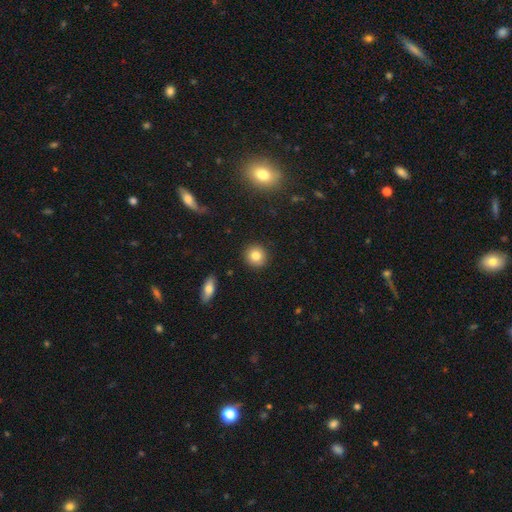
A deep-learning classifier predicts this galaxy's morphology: smooth_or_featured: smooth (p=0.82) [alt: star or artifact p=0.10]
how_rounded: round (p=0.90) [alt: in between p=0.09]
merging: none (p=0.90) [alt: minor disturbance p=0.06]